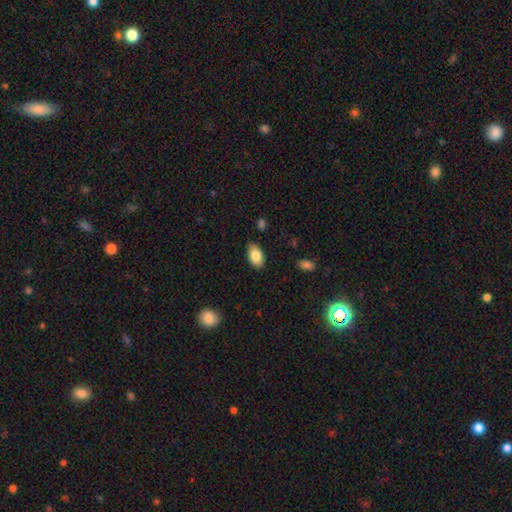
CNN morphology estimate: smooth_or_featured: smooth (p=0.82) [alt: featured or disk p=0.11]
how_rounded: in between (p=0.93) [alt: round p=0.05]
merging: none (p=0.85) [alt: minor disturbance p=0.11]